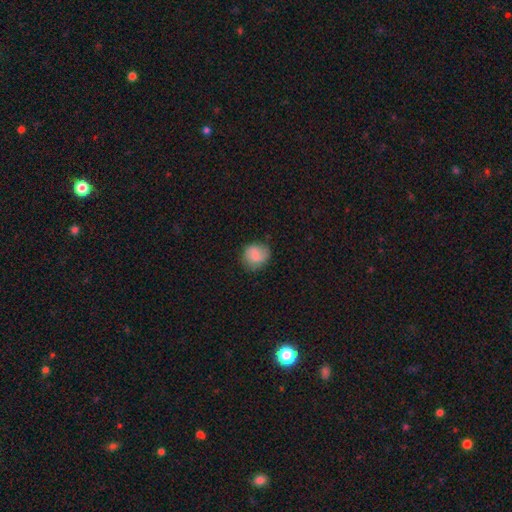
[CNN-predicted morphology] Smooth or featured?
  - smooth: 78% *
  - featured or disk: 15%
  - star or artifact: 8%
How rounded?
  - round: 84% *
  - in between: 15%
  - cigar-shaped: 1%
Merging?
  - none: 76% *
  - minor disturbance: 18%
  - major disturbance: 5%
  - merger: 1%